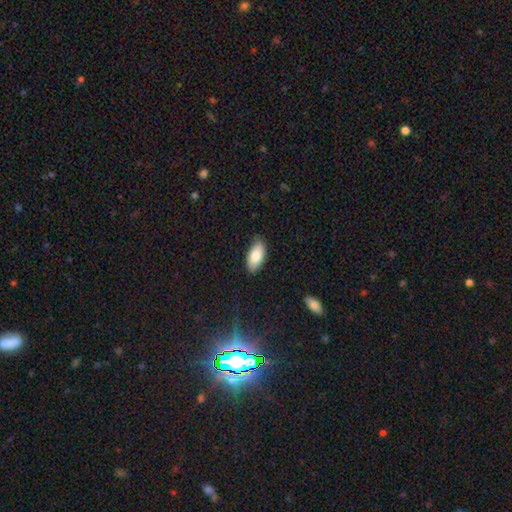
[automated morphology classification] smooth 82%, featured or disk 12%, star or artifact 6%. Down the decision tree: how rounded — in between (91%); merging — none (86%).